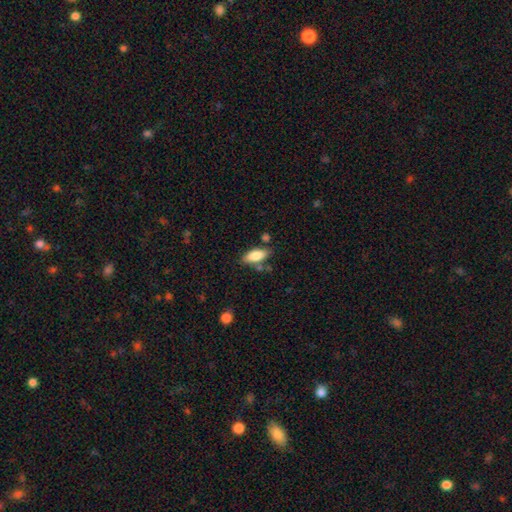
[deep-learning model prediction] Smooth or featured? smooth (82%)
How rounded? in between (81%)
Merging? none (72%)